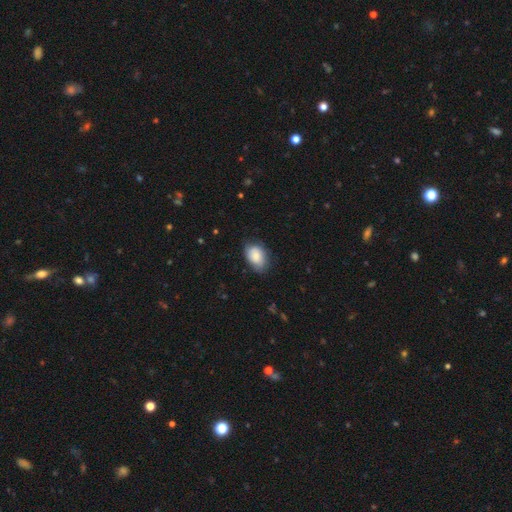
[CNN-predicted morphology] A smooth galaxy with no disk features (83%) that is in between round and cigar-shaped (85%). Merging: none (69%).